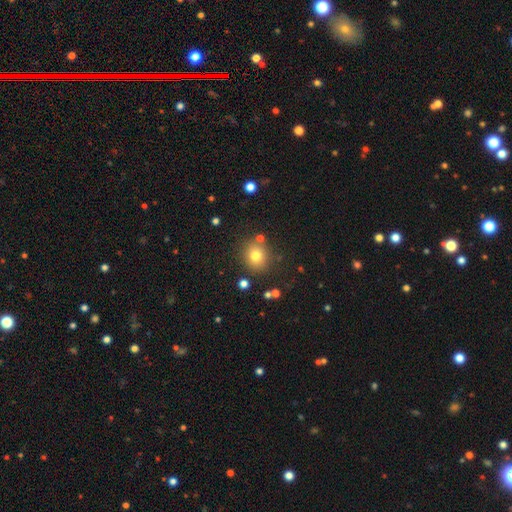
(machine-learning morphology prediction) smooth-or-featured: smooth: 75% | star or artifact: 15% | featured or disk: 10%
  how-rounded: round: 83% | in between: 16% | cigar-shaped: 1%
  merging: none: 83% | minor disturbance: 9% | merger: 5% | major disturbance: 3%